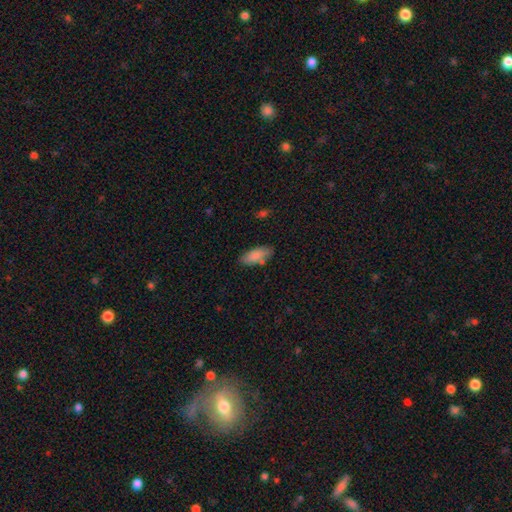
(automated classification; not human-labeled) Q: Smooth or featured?
A: smooth (84%); runner-up: featured or disk (10%)
Q: How rounded?
A: in between (80%); runner-up: cigar-shaped (18%)
Q: Merging?
A: none (74%); runner-up: minor disturbance (16%)